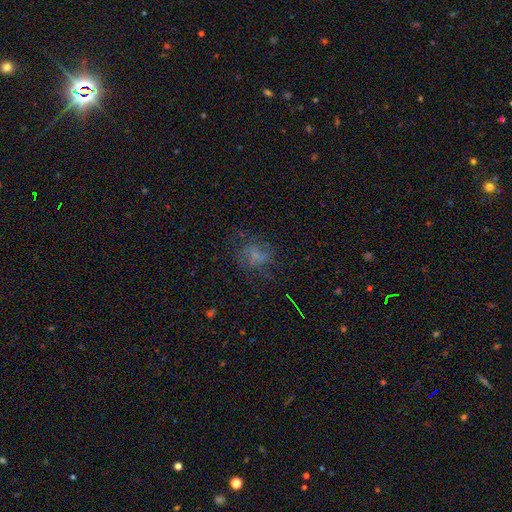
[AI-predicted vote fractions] Overall: smooth (49%; featured or disk 30%). Merging: none (57%; major disturbance 21%).